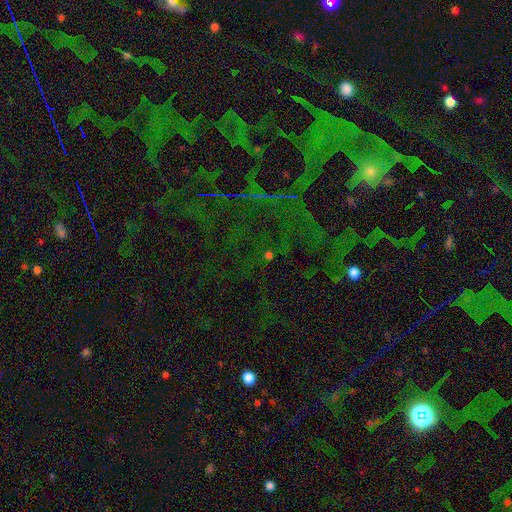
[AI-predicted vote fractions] Smooth or featured? star or artifact (76%)